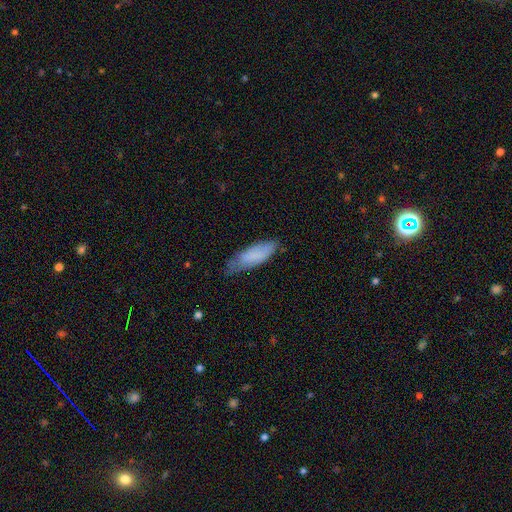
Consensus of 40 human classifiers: Overall: smooth (72%). How rounded: in between (69%; cigar-shaped 31%). Merging: none (74%).